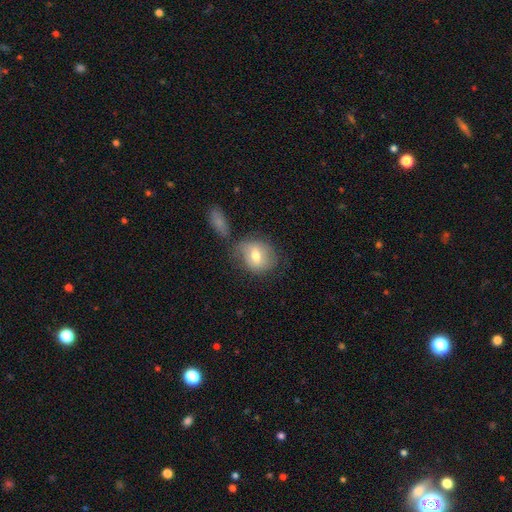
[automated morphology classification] smooth_or_featured: smooth (p=0.66) [alt: featured or disk p=0.26]
how_rounded: round (p=0.56) [alt: in between p=0.43]
merging: none (p=0.58) [alt: minor disturbance p=0.22]